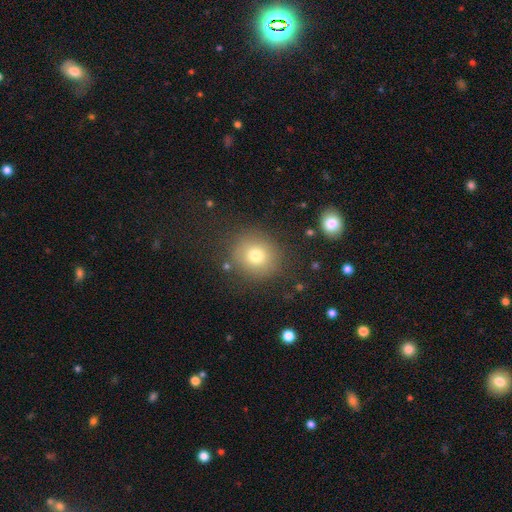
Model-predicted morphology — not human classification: smooth_or_featured: smooth (p=0.75) [alt: star or artifact p=0.14]
how_rounded: round (p=0.87) [alt: in between p=0.12]
merging: none (p=0.83) [alt: minor disturbance p=0.10]